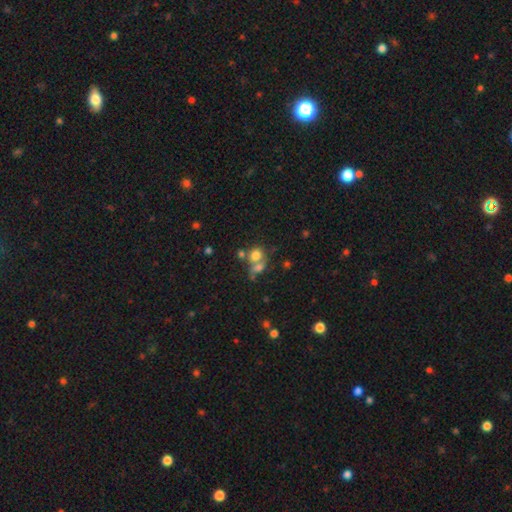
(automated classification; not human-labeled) A smooth galaxy with no disk features (72%) that is round (71%).

Vote fractions:
- Smooth or featured? smooth: 72% / star or artifact: 14% / featured or disk: 14%
- How rounded? round: 71% / in between: 27% / cigar-shaped: 1%
- Merging? merger: 45% / none: 37% / minor disturbance: 10% / major disturbance: 8%